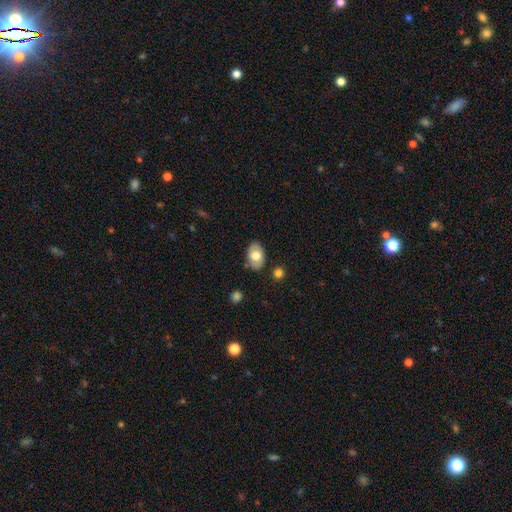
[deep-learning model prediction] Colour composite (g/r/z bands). It shows a smooth galaxy with no disk features (68%) that is in between round and cigar-shaped (88%). Merging: none (81%).